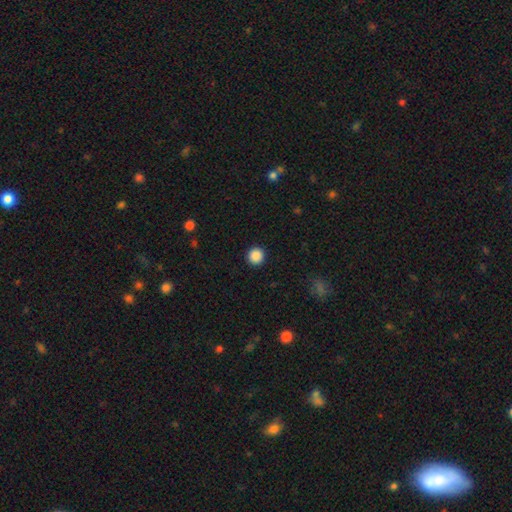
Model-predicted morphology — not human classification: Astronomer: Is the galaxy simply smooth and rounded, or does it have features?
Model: smooth — 88%.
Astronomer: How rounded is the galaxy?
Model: round — 95%.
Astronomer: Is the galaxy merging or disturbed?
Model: none — 93%.